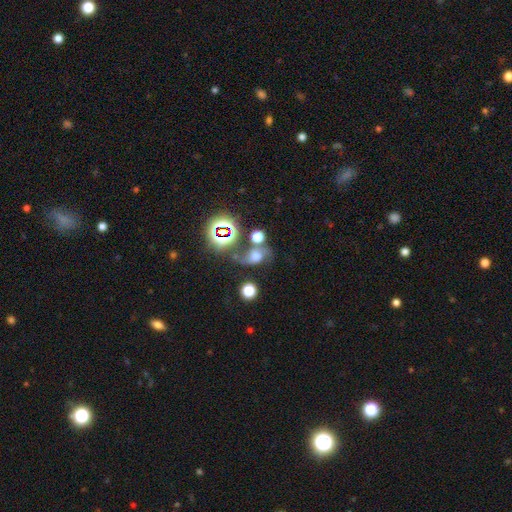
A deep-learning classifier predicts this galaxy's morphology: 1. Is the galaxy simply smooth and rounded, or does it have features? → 43% featured or disk, 31% smooth, 26% star or artifact.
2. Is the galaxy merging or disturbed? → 44% none, 21% merger, 19% minor disturbance, 16% major disturbance.